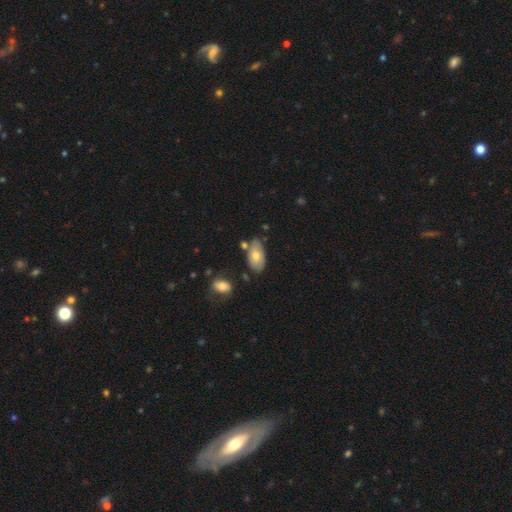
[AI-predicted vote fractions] Smooth or featured? smooth (70%)
How rounded? in between (93%)
Merging? none (63%)